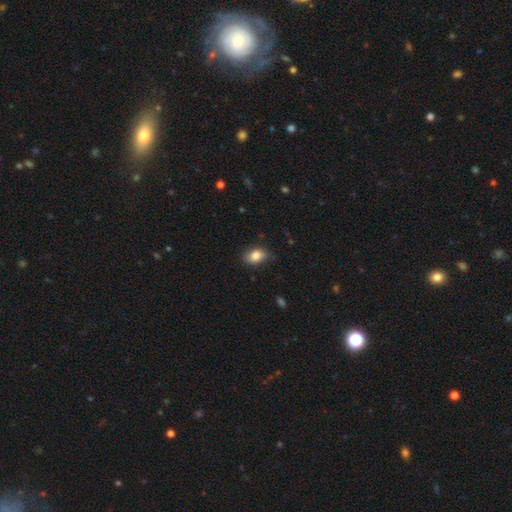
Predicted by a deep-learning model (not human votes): This appears to be a smooth galaxy with no disk features (85%) that is in between round and cigar-shaped (81%). Merging: none (79%).